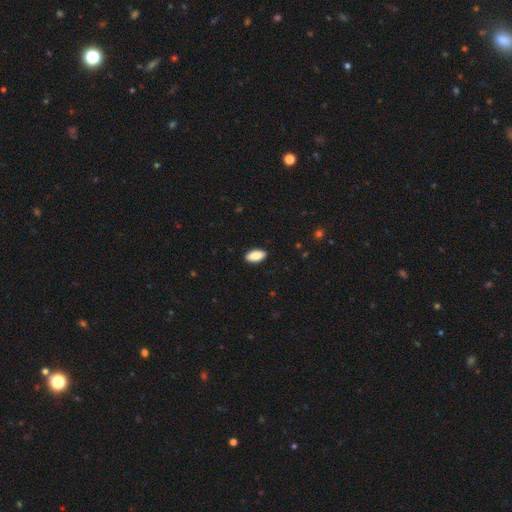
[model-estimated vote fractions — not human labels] smooth_or_featured: smooth (p=0.89) [alt: star or artifact p=0.06]
how_rounded: in between (p=0.93) [alt: cigar-shaped p=0.05]
merging: none (p=0.90) [alt: minor disturbance p=0.08]